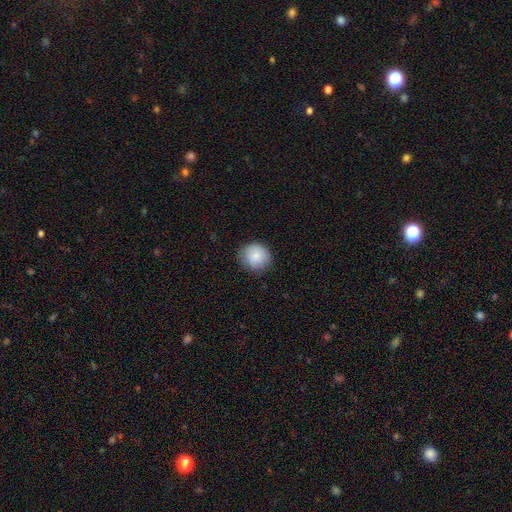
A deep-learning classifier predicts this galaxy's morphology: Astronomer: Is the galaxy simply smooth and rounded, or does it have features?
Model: smooth — 86%.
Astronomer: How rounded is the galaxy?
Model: round — 87%.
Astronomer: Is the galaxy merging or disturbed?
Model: none — 84%.